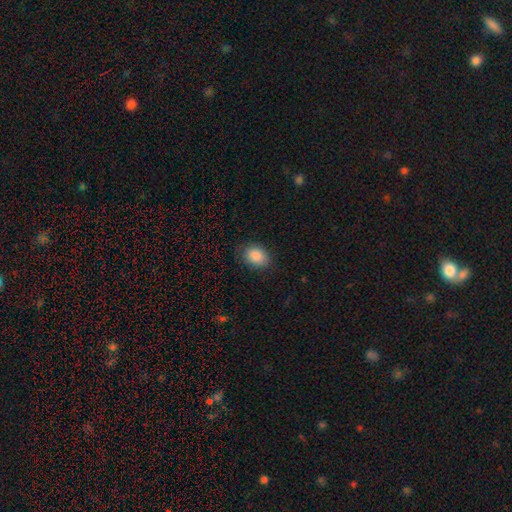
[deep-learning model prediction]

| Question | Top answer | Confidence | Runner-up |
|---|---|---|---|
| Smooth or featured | smooth | 89% | star or artifact (8%) |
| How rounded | in between | 70% | round (29%) |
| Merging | none | 83% | minor disturbance (12%) |